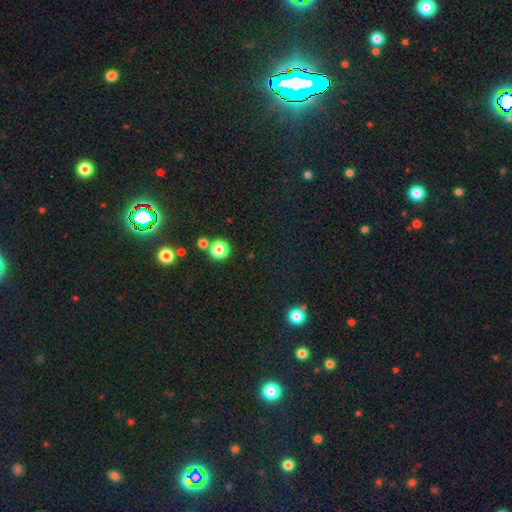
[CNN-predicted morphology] Overall: star or artifact (77%).